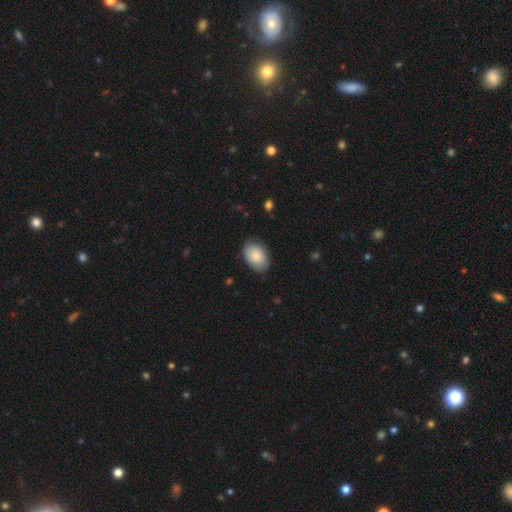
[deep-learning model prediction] Smooth or featured? smooth (83%)
How rounded? in between (86%)
Merging? none (79%)